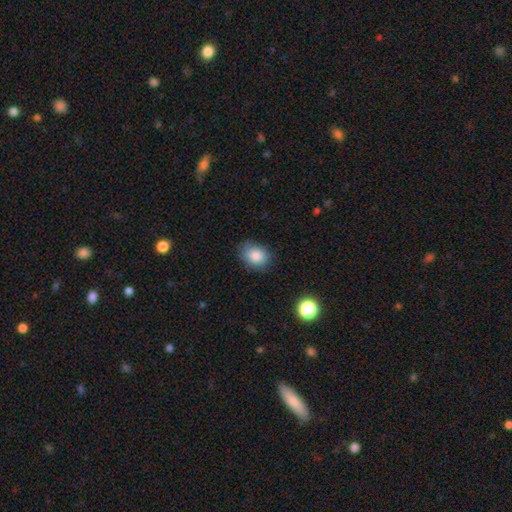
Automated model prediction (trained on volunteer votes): Smooth or featured? smooth (85%)
How rounded? in between (54%)
Merging? none (77%)